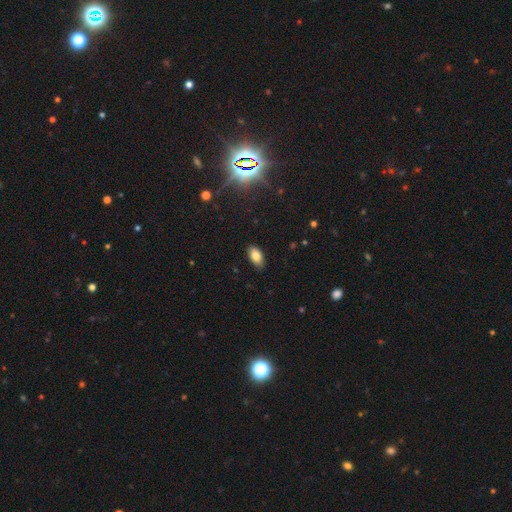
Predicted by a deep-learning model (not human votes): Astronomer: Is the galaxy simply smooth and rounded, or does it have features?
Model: smooth — 84%.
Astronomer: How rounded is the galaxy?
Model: in between — 93%.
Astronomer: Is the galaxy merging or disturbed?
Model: none — 85%.